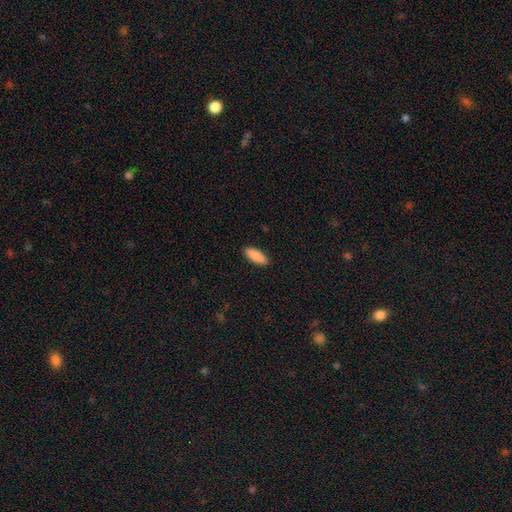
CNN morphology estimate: Smooth or featured? Predicted: smooth (p=0.90). How rounded? Predicted: in between (p=0.67). Merging? Predicted: none (p=0.90).